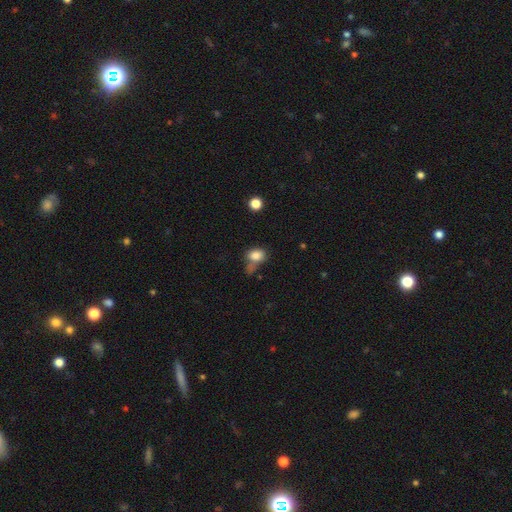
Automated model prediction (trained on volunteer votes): Q: Smooth or featured?
A: smooth (83%); runner-up: star or artifact (10%)
Q: How rounded?
A: in between (64%); runner-up: round (34%)
Q: Merging?
A: none (41%); runner-up: minor disturbance (23%)